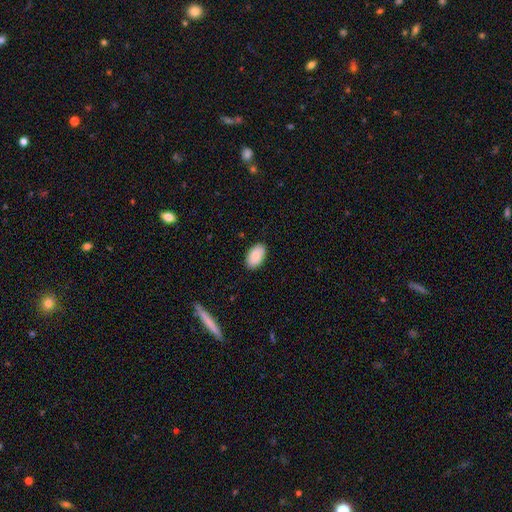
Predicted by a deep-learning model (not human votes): A smooth galaxy with no disk features (88%) that is in between round and cigar-shaped (94%).

Vote fractions:
- Smooth or featured? smooth: 88% / star or artifact: 6% / featured or disk: 6%
- How rounded? in between: 94% / round: 5% / cigar-shaped: 1%
- Merging? none: 88% / minor disturbance: 9% / major disturbance: 2% / merger: 1%